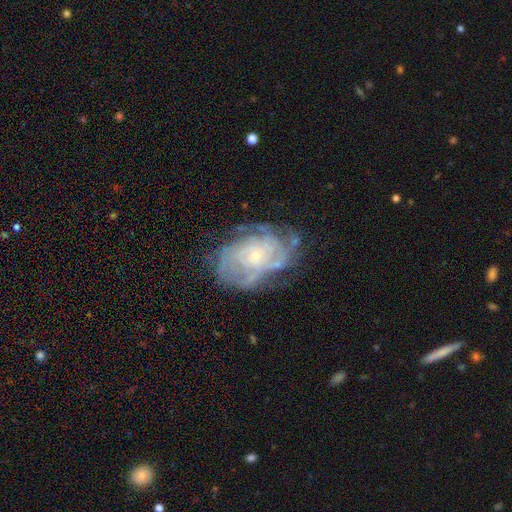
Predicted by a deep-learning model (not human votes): featured or disk 82%, smooth 11%, star or artifact 7%. Down the decision tree: edge-on disk — no (97%); bar — no (80%); spiral arms — yes (87%); spiral arm count — can't tell (46%); spiral winding — tight (66%); bulge size — small (80%); merging — none (63%).